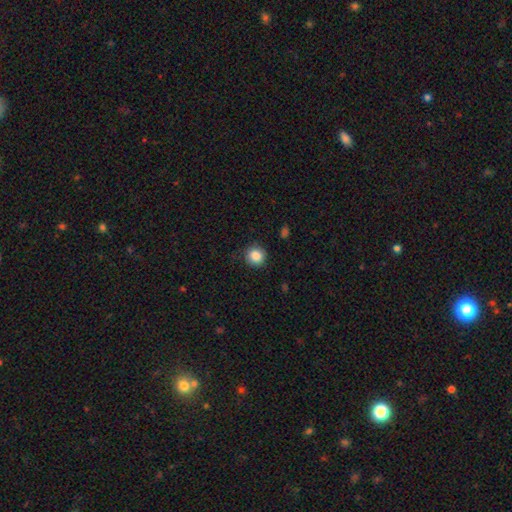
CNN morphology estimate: smooth 86%, star or artifact 9%, featured or disk 4%. Down the decision tree: how rounded — round (93%); merging — none (88%).